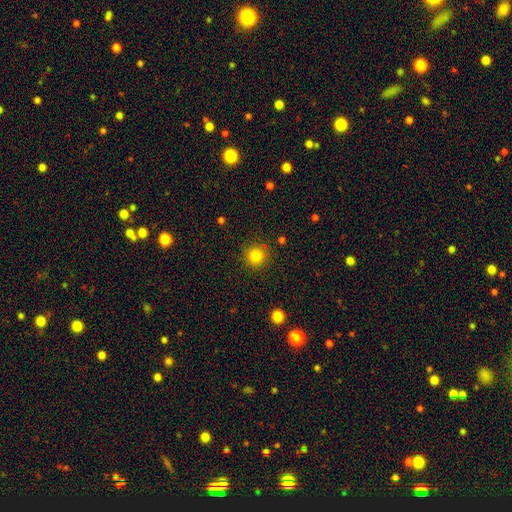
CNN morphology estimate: Smooth or featured? smooth (83%)
How rounded? round (95%)
Merging? none (90%)